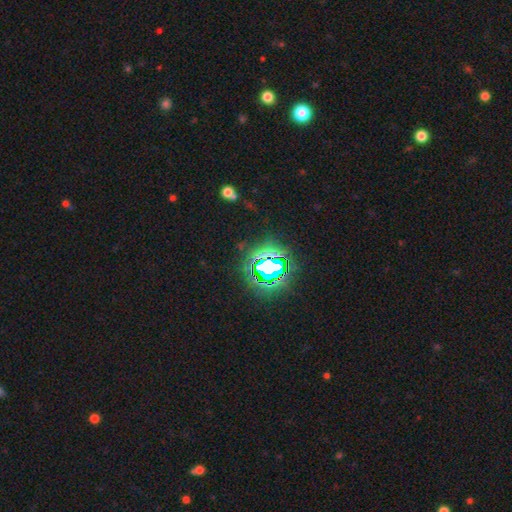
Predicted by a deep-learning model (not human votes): smooth-or-featured: star or artifact: 84% | smooth: 10% | featured or disk: 6%